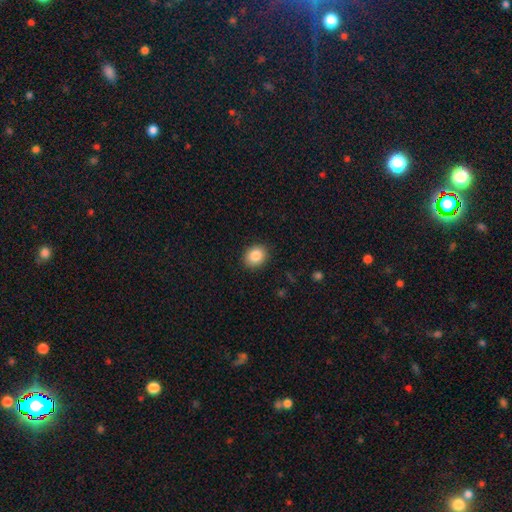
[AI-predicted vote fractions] smooth_or_featured: smooth (p=0.86) [alt: star or artifact p=0.09]
how_rounded: round (p=0.57) [alt: in between p=0.43]
merging: none (p=0.90) [alt: minor disturbance p=0.07]